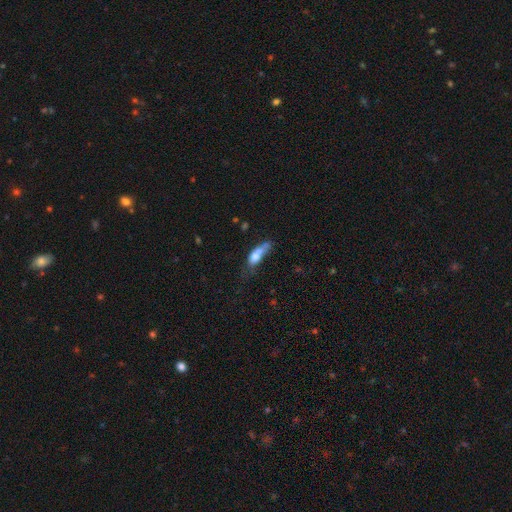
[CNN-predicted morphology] smooth 64%, featured or disk 26%, star or artifact 10%. Down the decision tree: how rounded — in between (63%); merging — merger (35%).